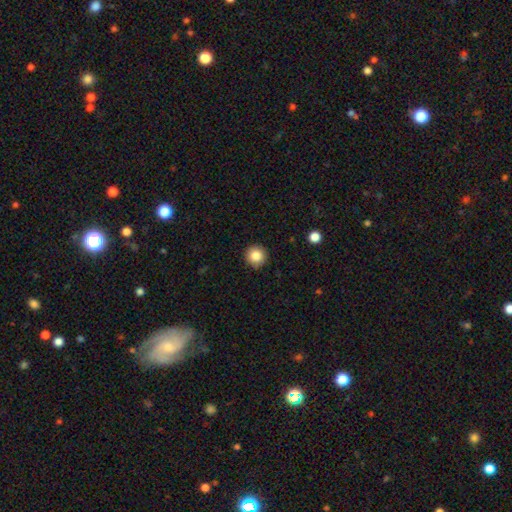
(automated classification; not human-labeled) This appears to be a smooth galaxy with no disk features (84%) that is round (95%). Merging: none (91%).